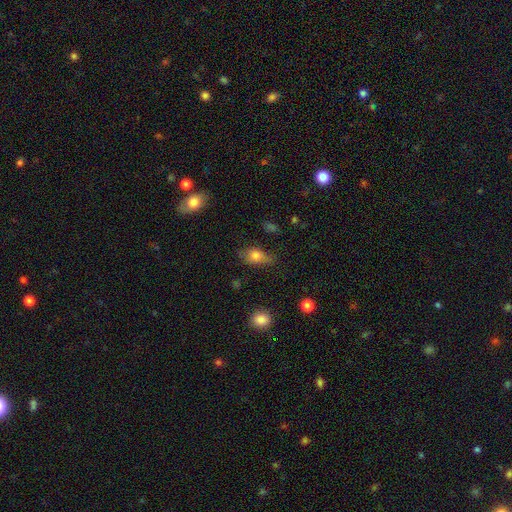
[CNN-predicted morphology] Smooth or featured? smooth (78%)
How rounded? in between (75%)
Merging? none (59%)